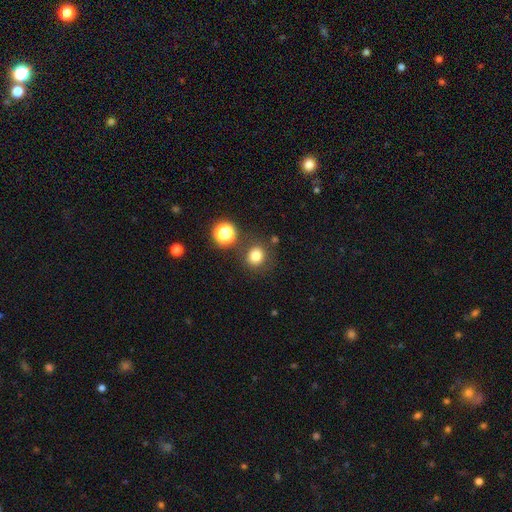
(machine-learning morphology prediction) This is likely a smooth galaxy (78%). How rounded: clearly round (84%). Merging: likely none (80%).